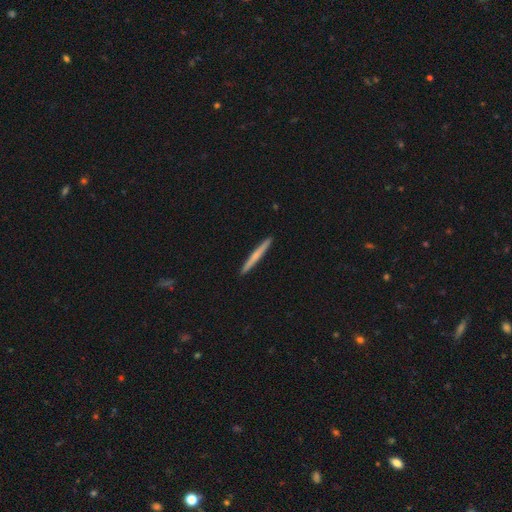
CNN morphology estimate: A smooth galaxy with no disk features (51%) that is cigar-shaped (97%). Merging: none (93%).